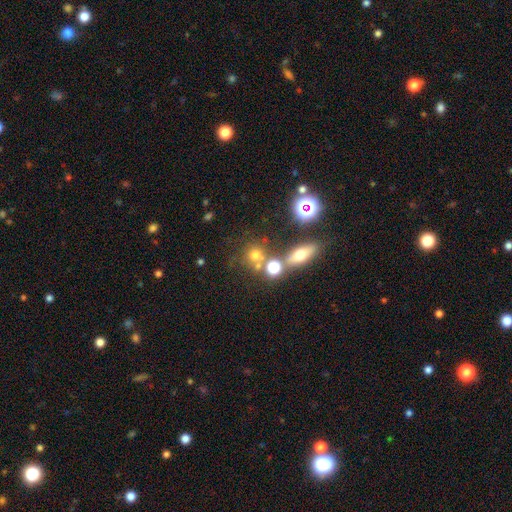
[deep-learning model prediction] Smooth or featured?
  - smooth: 62% *
  - star or artifact: 25%
  - featured or disk: 13%
How rounded?
  - round: 83% *
  - in between: 14%
  - cigar-shaped: 2%
Merging?
  - none: 60% *
  - merger: 25%
  - minor disturbance: 10%
  - major disturbance: 5%